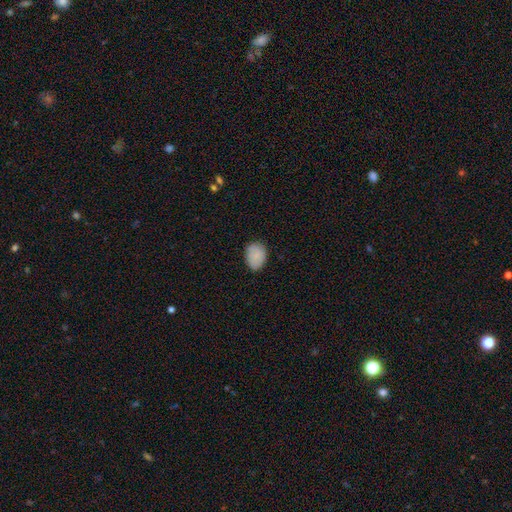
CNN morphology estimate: Smooth or featured? Predicted: smooth (p=0.85). How rounded? Predicted: in between (p=0.73). Merging? Predicted: none (p=0.80).